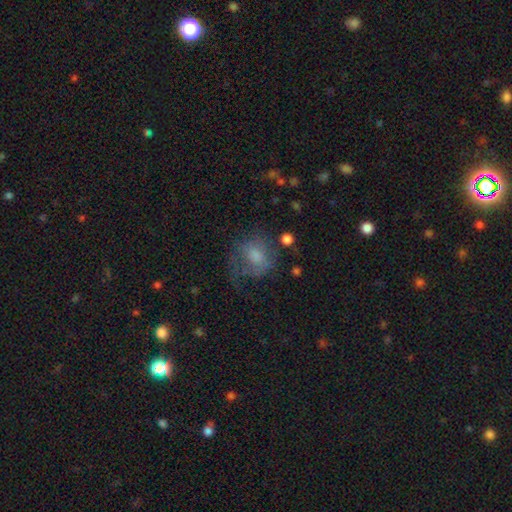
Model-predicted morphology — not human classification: Overall: smooth (56%; featured or disk 31%). How rounded: round (61%; in between 37%). Merging: none (42%; major disturbance 31%).